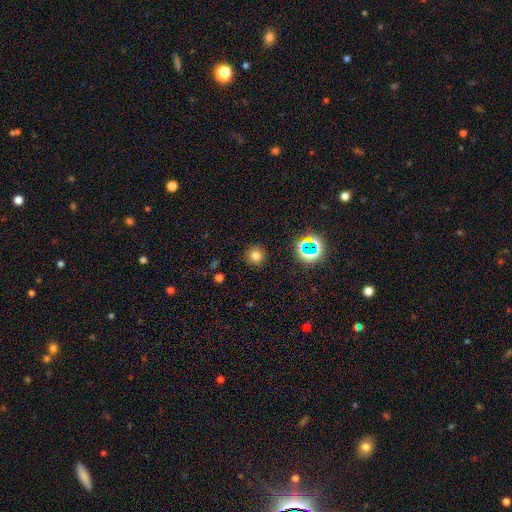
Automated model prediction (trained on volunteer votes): Smooth or featured?
  - smooth: 73% *
  - star or artifact: 20%
  - featured or disk: 7%
How rounded?
  - round: 94% *
  - in between: 5%
  - cigar-shaped: 1%
Merging?
  - none: 89% *
  - minor disturbance: 7%
  - major disturbance: 3%
  - merger: 1%